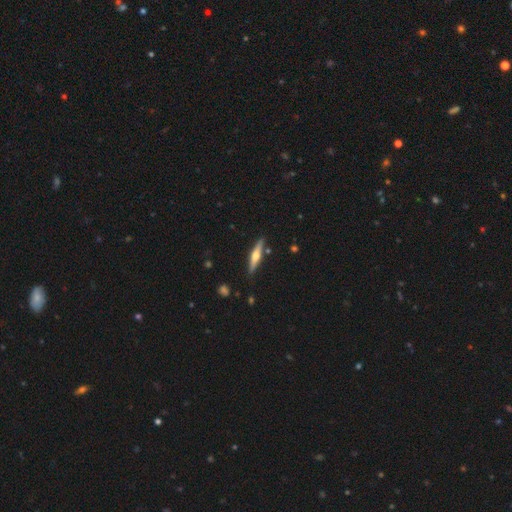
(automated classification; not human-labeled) Smooth or featured: featured or disk — 61% (smooth — 34%)
Edge-on disk: yes — 96% (no — 4%)
Edge-on bulge: rounded — 93% (boxy — 4%)
Merging: none — 86% (minor disturbance — 9%)